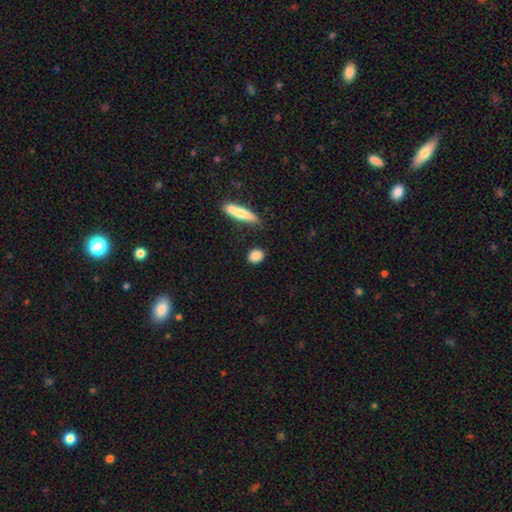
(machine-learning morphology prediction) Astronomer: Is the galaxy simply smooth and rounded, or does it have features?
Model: smooth — 86%.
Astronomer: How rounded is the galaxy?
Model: round — 51% (runner-up: in between, 42%).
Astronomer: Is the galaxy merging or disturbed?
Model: none — 81%.